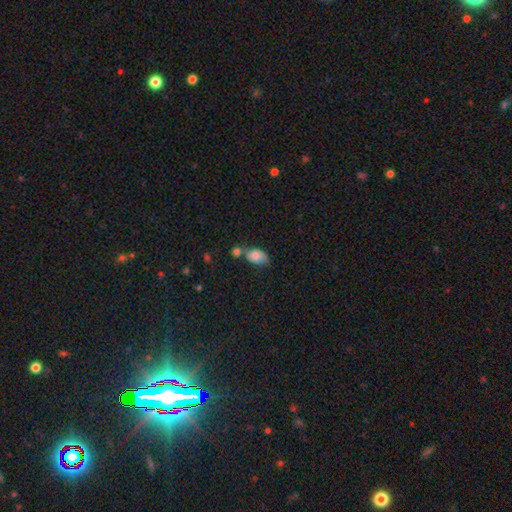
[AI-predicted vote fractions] smooth 80%, featured or disk 12%, star or artifact 9%. Down the decision tree: how rounded — in between (88%); merging — none (38%).